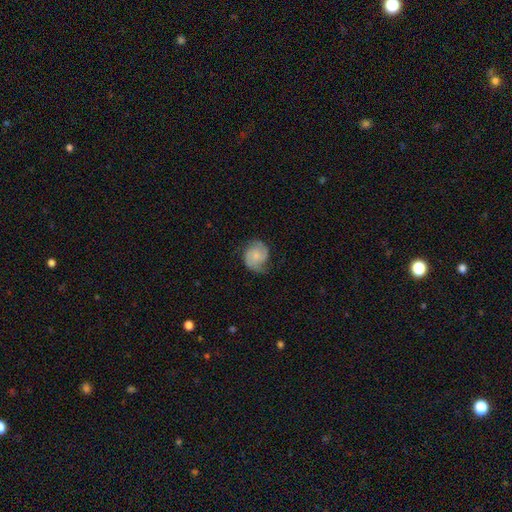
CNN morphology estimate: Overall: featured or disk (56%; smooth 37%). Edge-on disk: no (98%). Bar: no (70%). Spiral arms: yes (92%). Bulge size: small (43%; moderate 28%). Merging: none (64%; minor disturbance 25%).